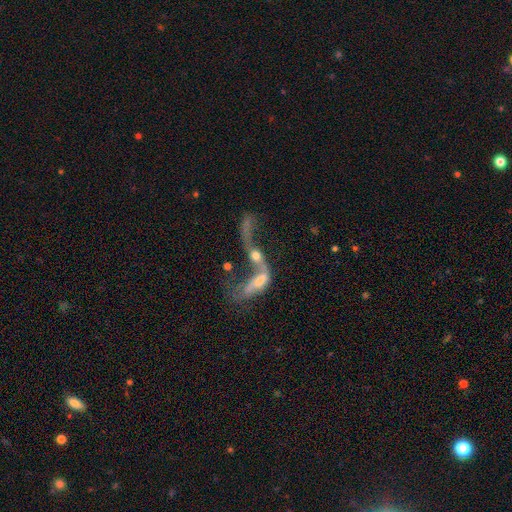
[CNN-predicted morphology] This appears to be a featured or disk galaxy (61%) with no bar (68%), spiral arms (55%) and a moderate central bulge (47%). Merging: merger (75%).